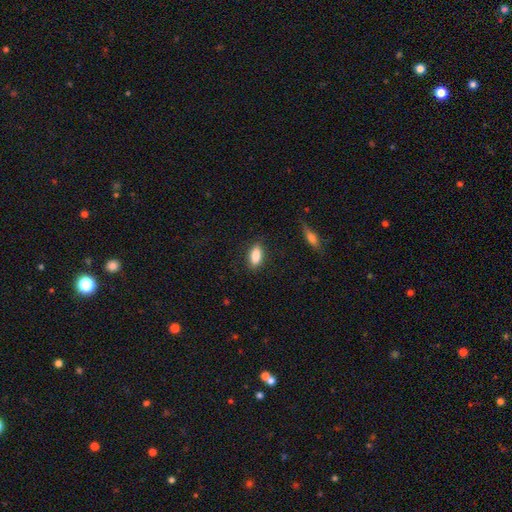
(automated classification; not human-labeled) This appears to be a smooth galaxy with no disk features (85%) that is in between round and cigar-shaped (85%). Merging: none (85%).